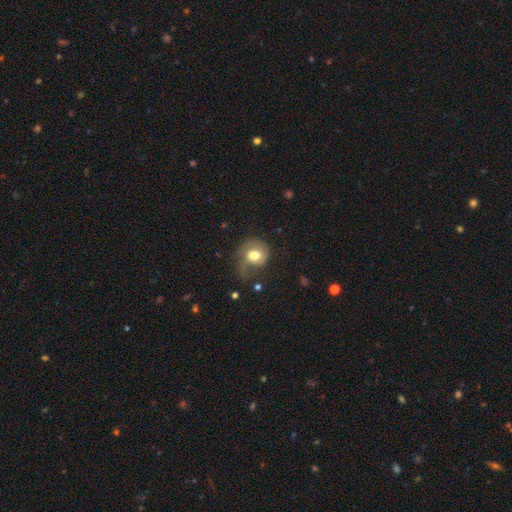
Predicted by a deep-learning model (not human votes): Overall: smooth (58%; featured or disk 34%). How rounded: round (66%; in between 33%). Merging: major disturbance (36%; none 33%).